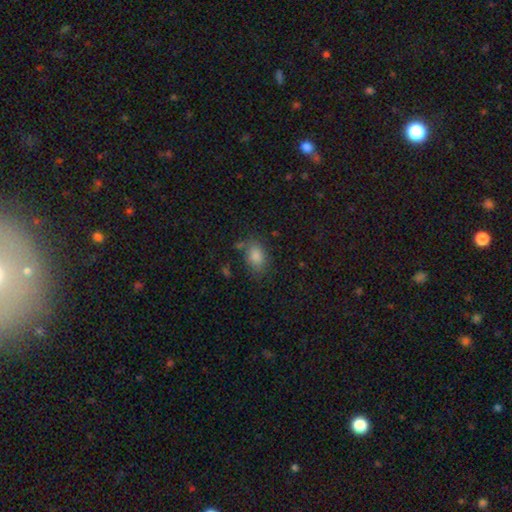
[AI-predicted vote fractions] A smooth galaxy with no disk features (82%) that is in between round and cigar-shaped (79%).

Vote fractions:
- Smooth or featured? smooth: 82% / star or artifact: 11% / featured or disk: 7%
- How rounded? in between: 79% / round: 20% / cigar-shaped: 2%
- Merging? none: 71% / minor disturbance: 18% / merger: 6% / major disturbance: 5%